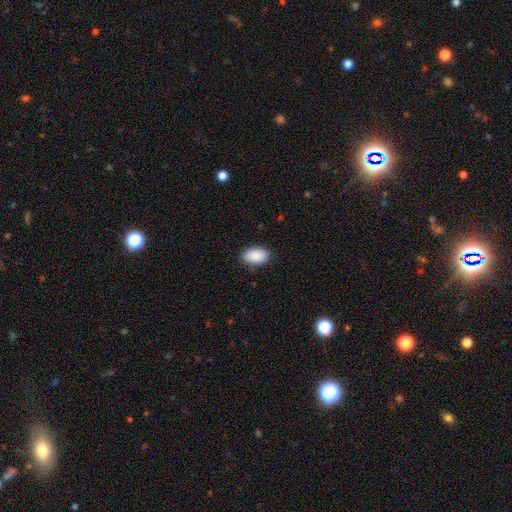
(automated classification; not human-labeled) A smooth galaxy with no disk features (90%) that is in between round and cigar-shaped (93%).

Vote fractions:
- Smooth or featured? smooth: 90% / star or artifact: 6% / featured or disk: 4%
- How rounded? in between: 93% / round: 6% / cigar-shaped: 1%
- Merging? none: 87% / minor disturbance: 10% / major disturbance: 2% / merger: 1%